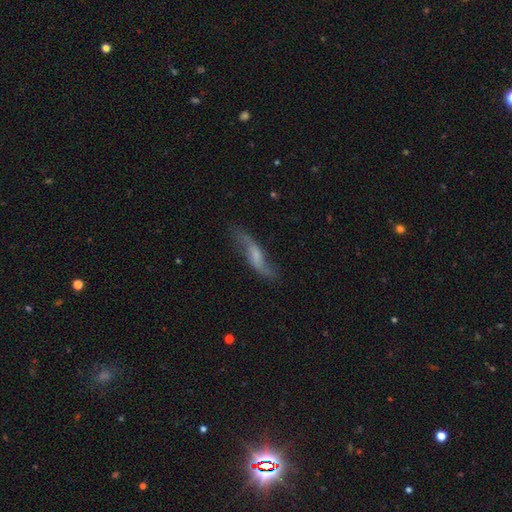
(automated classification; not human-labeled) Overall: featured or disk (67%). Edge-on disk: no (78%). Bar: weak (43%; no 39%). Spiral arms: yes (89%). Bulge size: none (39%; small 33%). Merging: none (70%).